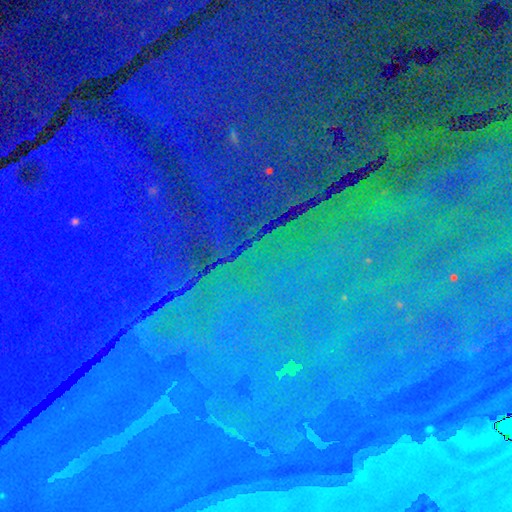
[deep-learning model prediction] Smooth or featured: star or artifact — 86% (featured or disk — 7%)